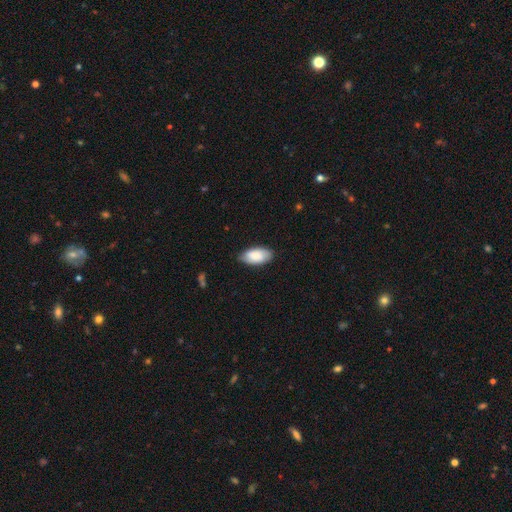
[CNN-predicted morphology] Smooth or featured? Predicted: smooth (p=0.85). How rounded? Predicted: in between (p=0.94). Merging? Predicted: none (p=0.79).